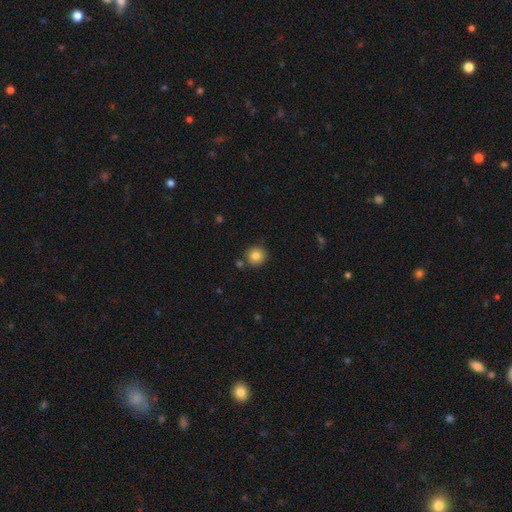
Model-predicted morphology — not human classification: This appears to be a smooth galaxy with no disk features (83%) that is round (93%). Merging: none (82%).